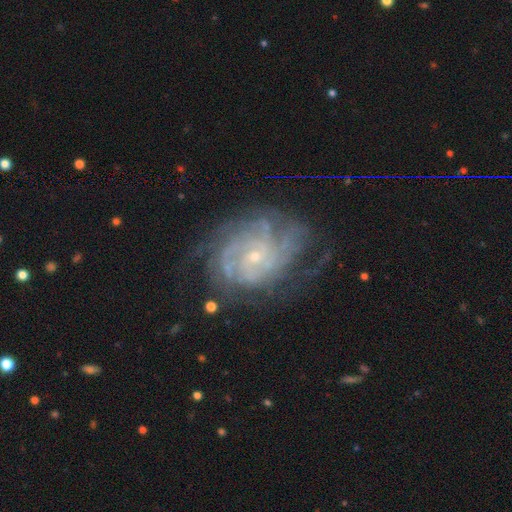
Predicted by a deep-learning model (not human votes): Morphology: type=featured or disk (87%); edge-on=no (97%); bar=no (71%); spiral arms=yes (96%); winding=tight (68%); arm count=can't tell (31%); bulge=small (79%); merging=none (64%).